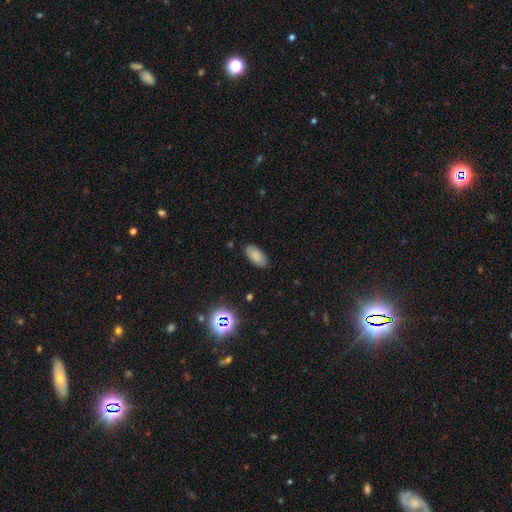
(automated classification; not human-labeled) Overall: smooth (81%). How rounded: in between (93%). Merging: none (85%).